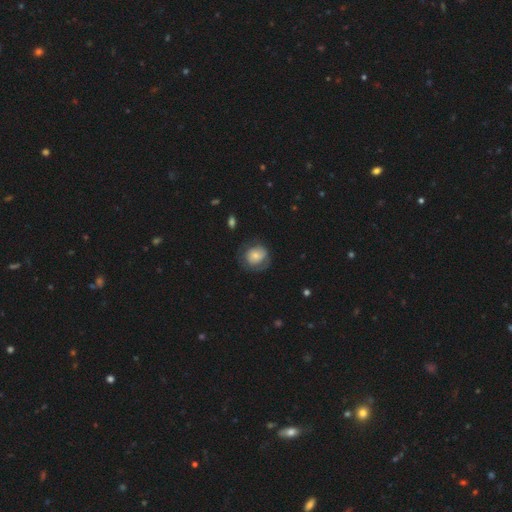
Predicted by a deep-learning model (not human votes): smooth_or_featured: smooth (p=0.66) [alt: featured or disk p=0.26]
how_rounded: round (p=0.72) [alt: in between p=0.27]
merging: none (p=0.60) [alt: minor disturbance p=0.24]